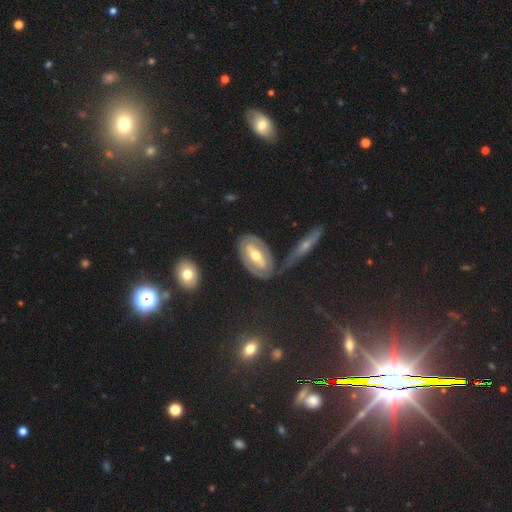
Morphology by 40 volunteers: Smooth or featured?
  - featured or disk: 78% *
  - smooth: 18%
  - star or artifact: 5%
Edge-on disk?
  - no: 87% *
  - yes: 13%
Bar?
  - strong: 67% *
  - weak: 19%
  - no: 15%
Spiral arms?
  - yes: 52% *
  - no: 48%
Spiral winding?
  - tight: 100% *
  - medium: 0%
  - loose: 0%
Spiral arm count?
  - can't tell: 64% *
  - 2: 29%
  - 3: 7%
  - 1: 0%
  - 4: 0%
  - more than 4: 0%
Bulge size?
  - moderate: 70% *
  - large: 15%
  - small: 15%
  - dominant: 0%
  - none: 0%
Merging?
  - none: 76% *
  - minor disturbance: 13%
  - merger: 11%
  - major disturbance: 0%